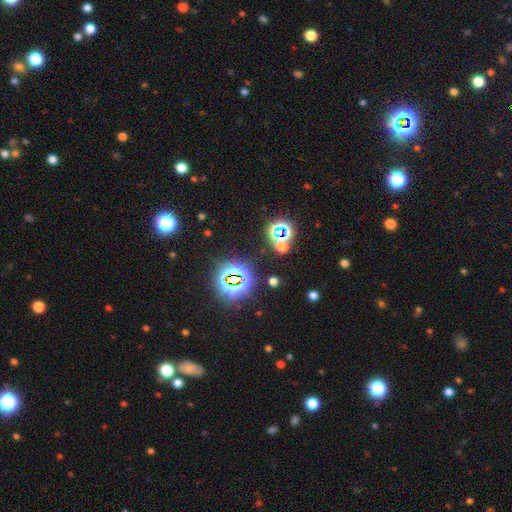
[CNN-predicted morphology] star or artifact 80%, smooth 13%, featured or disk 7%.